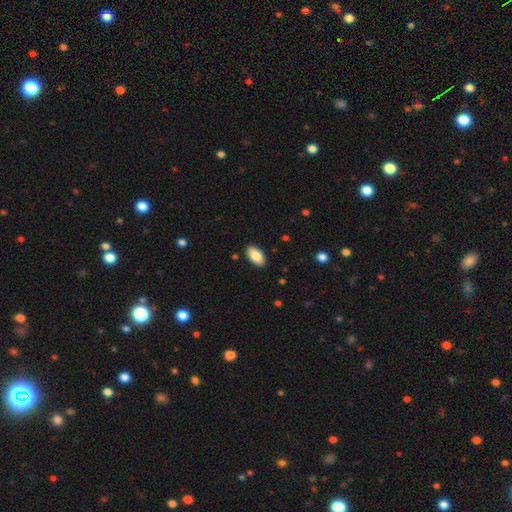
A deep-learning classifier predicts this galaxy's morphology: This is clearly a smooth galaxy (85%). How rounded: clearly in between (95%). Merging: clearly none (89%).